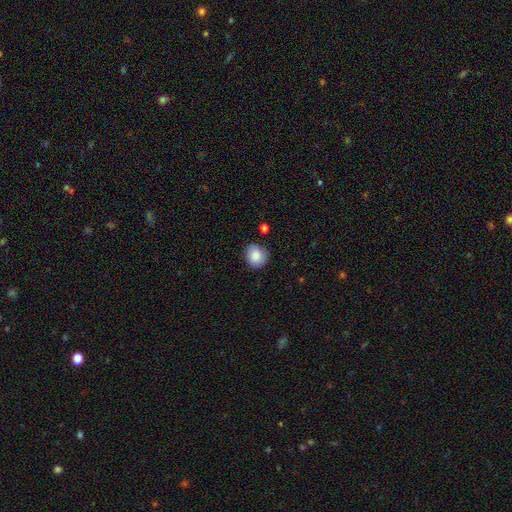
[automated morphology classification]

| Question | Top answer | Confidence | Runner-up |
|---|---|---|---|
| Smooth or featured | smooth | 85% | star or artifact (8%) |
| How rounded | round | 82% | in between (17%) |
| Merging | none | 82% | minor disturbance (13%) |